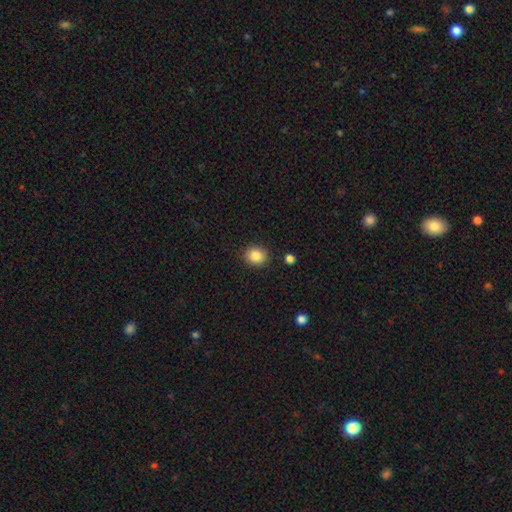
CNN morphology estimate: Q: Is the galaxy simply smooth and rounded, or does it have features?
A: smooth — 86%.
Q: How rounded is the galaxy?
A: round — 74%.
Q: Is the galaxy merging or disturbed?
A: none — 88%.